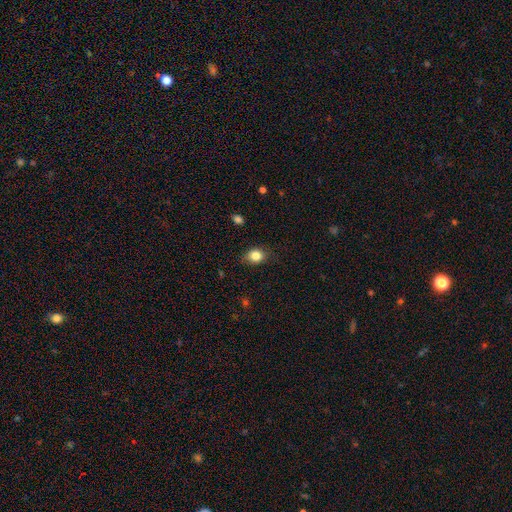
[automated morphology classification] Overall: smooth (83%). How rounded: round (51%; in between 48%). Merging: none (78%).